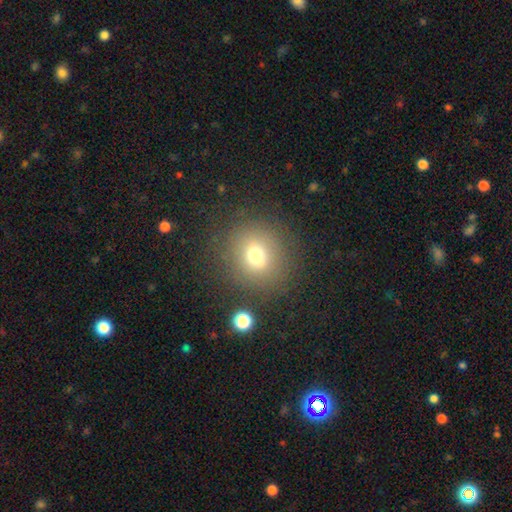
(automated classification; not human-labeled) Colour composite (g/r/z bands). It shows a smooth galaxy with no disk features (68%) that is round (85%). Merging: none (82%).